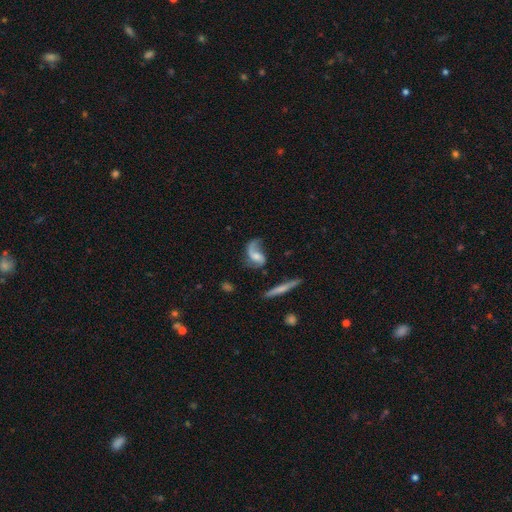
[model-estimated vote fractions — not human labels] This appears to be a featured or disk galaxy (76%) with no bar (52%), 2 (71%) loose (69%) spiral arms (92%) and a moderate central bulge (41%). Merging: none (48%).